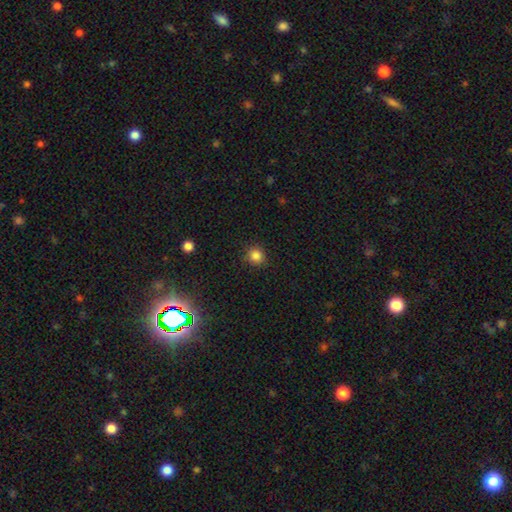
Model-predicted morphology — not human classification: Overall: smooth (84%). How rounded: round (90%). Merging: none (87%).